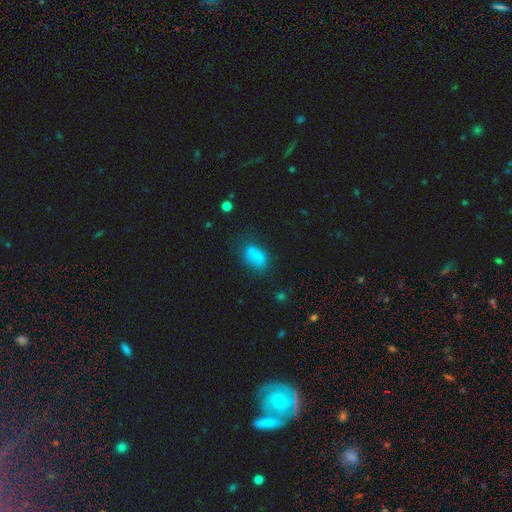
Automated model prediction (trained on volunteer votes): This appears to be a smooth galaxy with no disk features (76%) that is in between round and cigar-shaped (75%). Merging: none (55%).